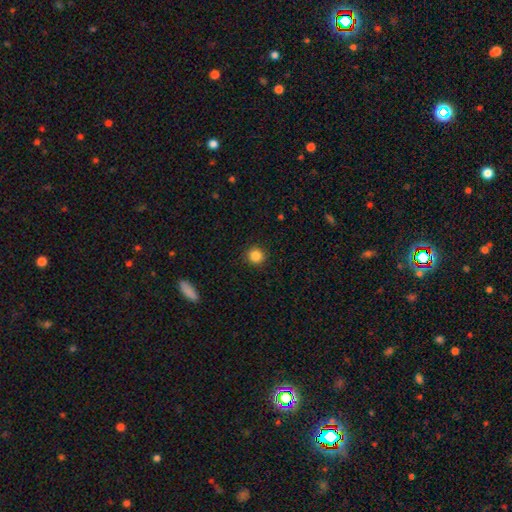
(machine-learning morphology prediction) This is clearly a smooth galaxy (85%). How rounded: clearly round (92%). Merging: clearly none (91%).